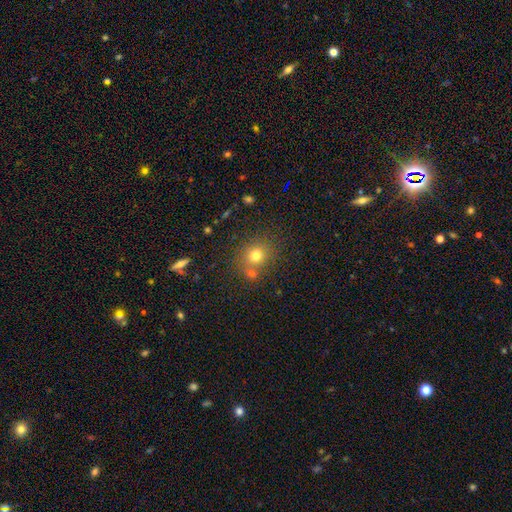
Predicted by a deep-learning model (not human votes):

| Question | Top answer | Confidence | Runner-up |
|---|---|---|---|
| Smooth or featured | smooth | 74% | star or artifact (16%) |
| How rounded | round | 81% | in between (18%) |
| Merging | none | 69% | merger (16%) |